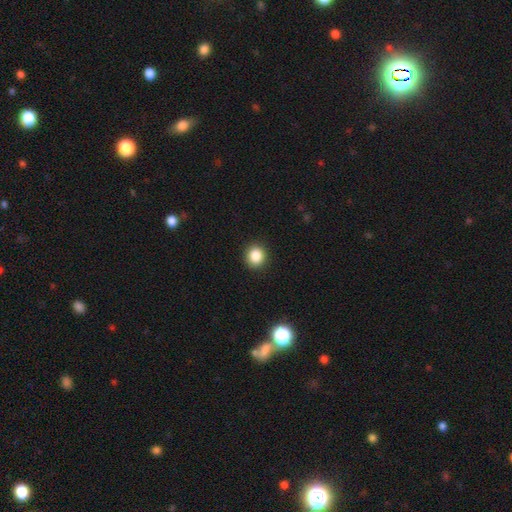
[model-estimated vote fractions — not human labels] smooth 86%, star or artifact 10%, featured or disk 4%. Down the decision tree: how rounded — round (84%); merging — none (92%).